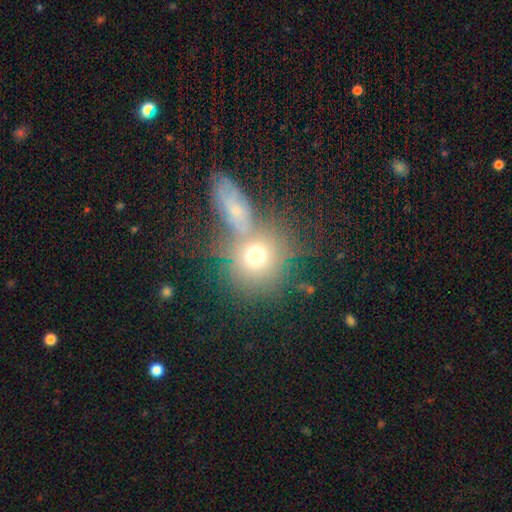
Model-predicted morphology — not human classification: Smooth or featured? Predicted: smooth (p=0.64). How rounded? Predicted: round (p=0.78). Merging? Predicted: none (p=0.42).